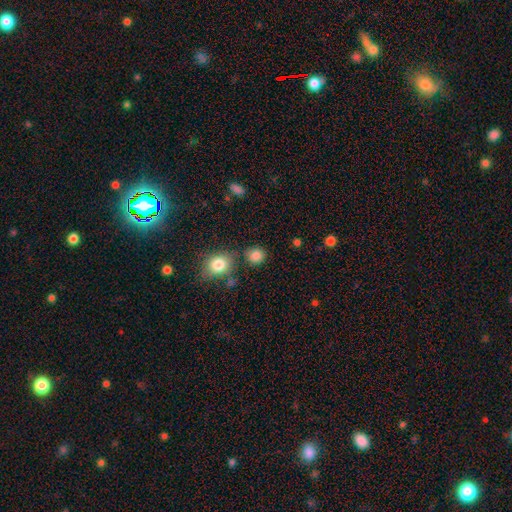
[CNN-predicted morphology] Smooth or featured? Predicted: smooth (p=0.85). How rounded? Predicted: round (p=0.81). Merging? Predicted: none (p=0.76).